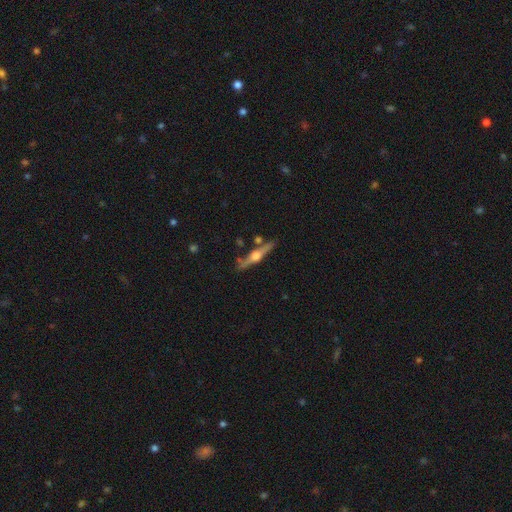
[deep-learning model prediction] Smooth or featured: featured or disk — 77% (smooth — 17%)
Edge-on disk: yes — 97% (no — 3%)
Edge-on bulge: rounded — 93% (boxy — 5%)
Merging: none — 82% (minor disturbance — 10%)